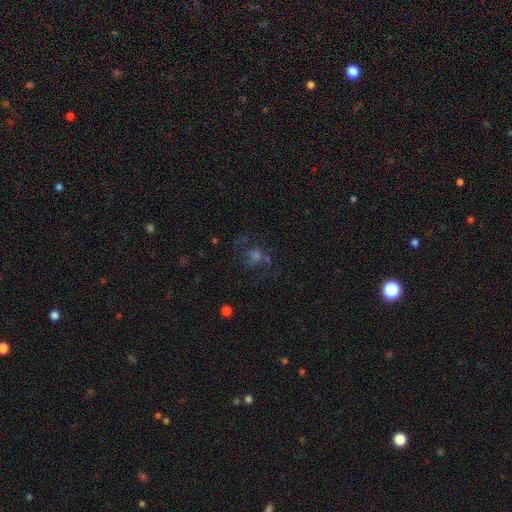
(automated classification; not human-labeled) The model was most divided on "smooth or featured": featured or disk: 35%, star or artifact: 34%, smooth: 31%. More confident: merging — none (55%).